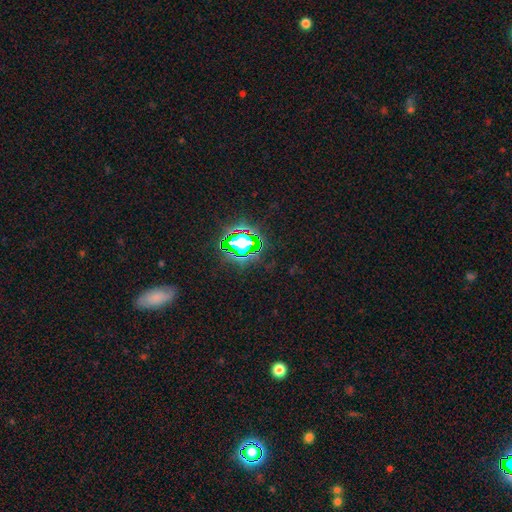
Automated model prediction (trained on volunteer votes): Smooth or featured? star or artifact (76%)